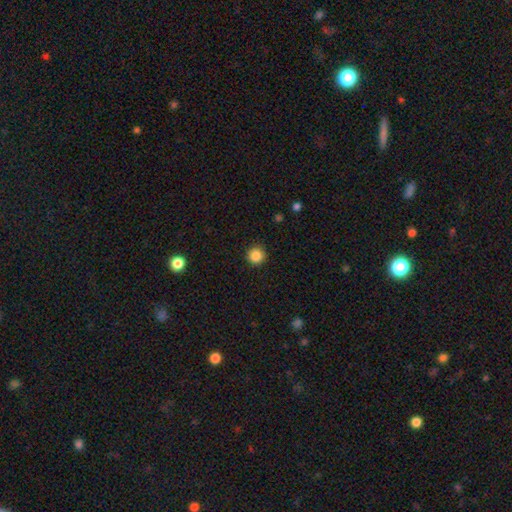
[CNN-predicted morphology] Overall: smooth (86%). How rounded: round (96%). Merging: none (91%).